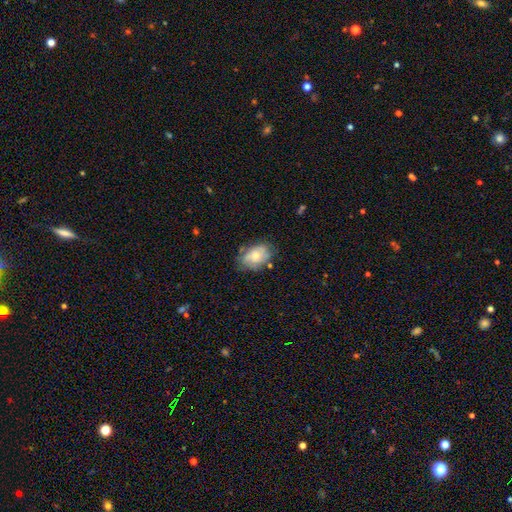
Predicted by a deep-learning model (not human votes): Smooth or featured? smooth (61%)
How rounded? in between (83%)
Merging? none (64%)